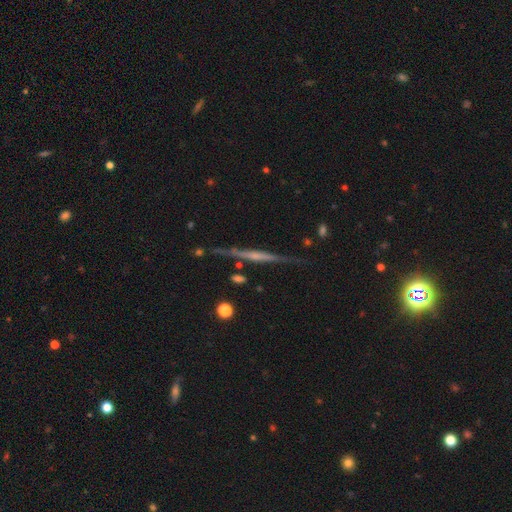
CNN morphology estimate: smooth-or-featured: featured or disk: 74% | smooth: 18% | star or artifact: 7%
  disk-edge-on: yes: 96% | no: 4%
    edge-on-bulge: none: 48% | rounded: 36% | boxy: 16%
  merging: none: 79% | minor disturbance: 14% | major disturbance: 4% | merger: 3%